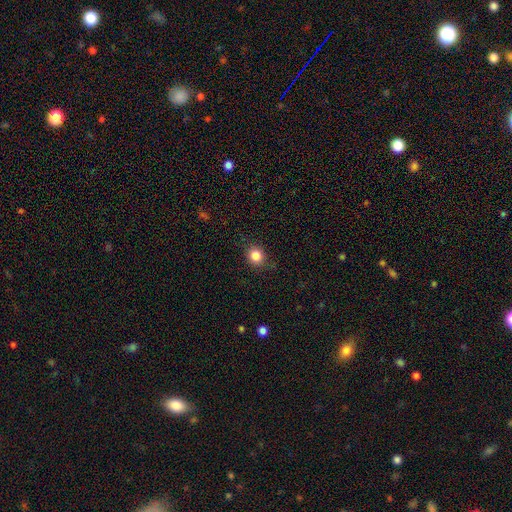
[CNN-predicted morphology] Smooth or featured: smooth — 84% (star or artifact — 11%)
How rounded: round — 81% (in between — 18%)
Merging: none — 85% (minor disturbance — 11%)